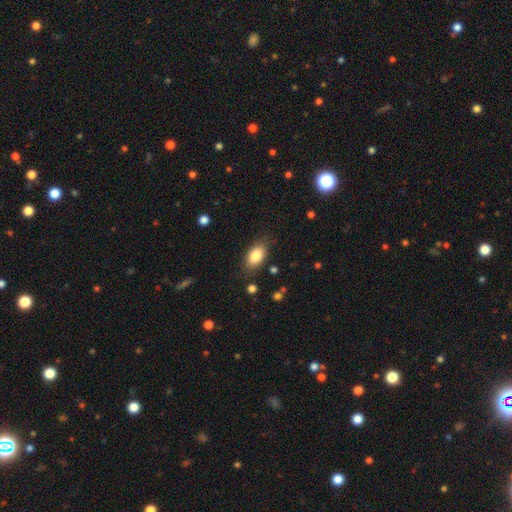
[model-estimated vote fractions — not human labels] Smooth or featured? Predicted: smooth (p=0.84). How rounded? Predicted: in between (p=0.90). Merging? Predicted: none (p=0.81).